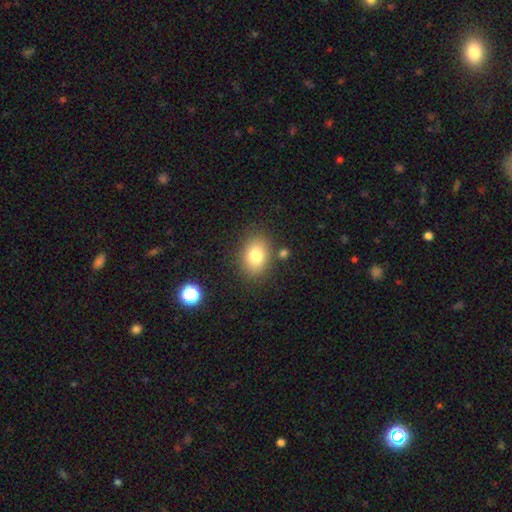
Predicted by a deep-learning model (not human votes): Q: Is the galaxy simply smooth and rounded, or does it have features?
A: smooth — 80%.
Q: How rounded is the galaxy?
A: in between — 71%.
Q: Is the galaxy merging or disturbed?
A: none — 81%.